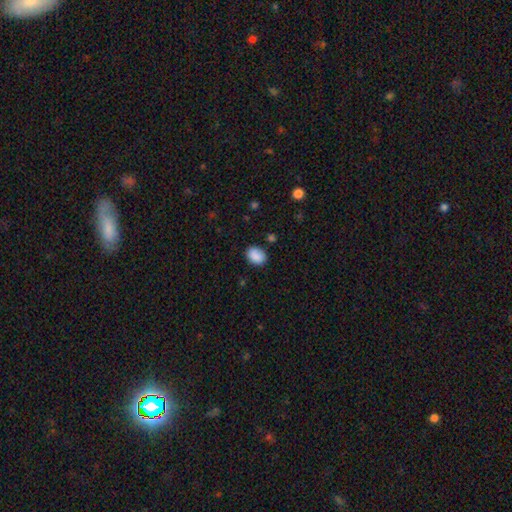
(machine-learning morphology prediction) smooth 88%, star or artifact 8%, featured or disk 4%. Down the decision tree: how rounded — in between (69%); merging — none (82%).